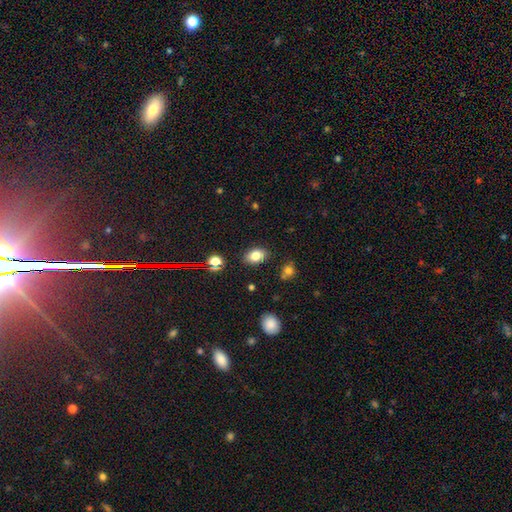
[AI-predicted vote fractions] This is likely a smooth galaxy (79%). How rounded: clearly in between (82%). Merging: clearly none (85%).